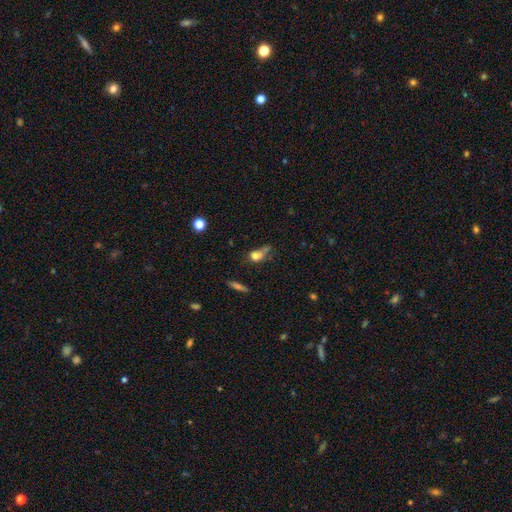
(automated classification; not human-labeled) smooth_or_featured: smooth (p=0.70) [alt: featured or disk p=0.16]
how_rounded: round (p=0.46) [alt: in between p=0.45]
merging: none (p=0.38) [alt: merger p=0.24]